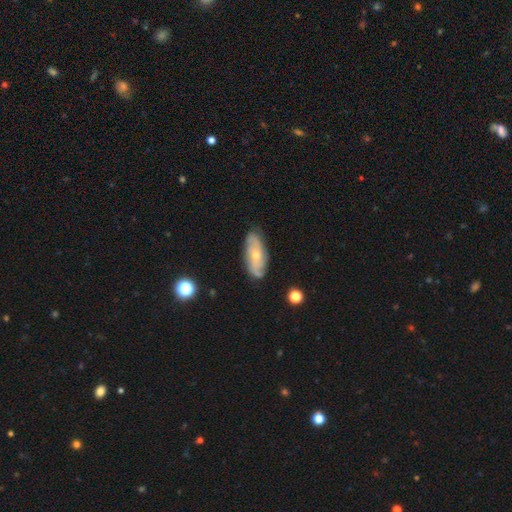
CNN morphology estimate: smooth-or-featured: featured or disk: 66% | smooth: 27% | star or artifact: 7%
  disk-edge-on: no: 88% | yes: 12%
    bar: no: 75% | weak: 21% | strong: 4%
    has-spiral-arms: yes: 88% | no: 12%
      spiral-winding: tight: 43% | medium: 38% | loose: 19%
      spiral-arm-count: 2: 41% | can't tell: 31% | 3: 16% | 4: 5% | 1: 3% | more than 4: 3%
    bulge-size: small: 65% | moderate: 31% | none: 2% | large: 1% | dominant: 1%
  merging: none: 79% | minor disturbance: 16% | major disturbance: 3% | merger: 2%